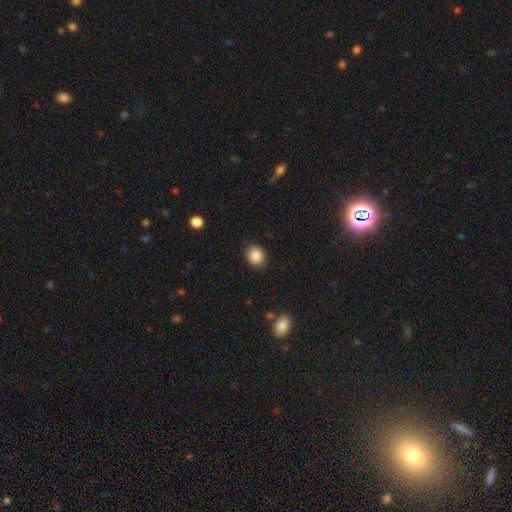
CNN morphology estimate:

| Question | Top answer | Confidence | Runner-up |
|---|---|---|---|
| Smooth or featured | smooth | 87% | star or artifact (9%) |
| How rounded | round | 54% | in between (45%) |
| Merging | none | 85% | minor disturbance (11%) |